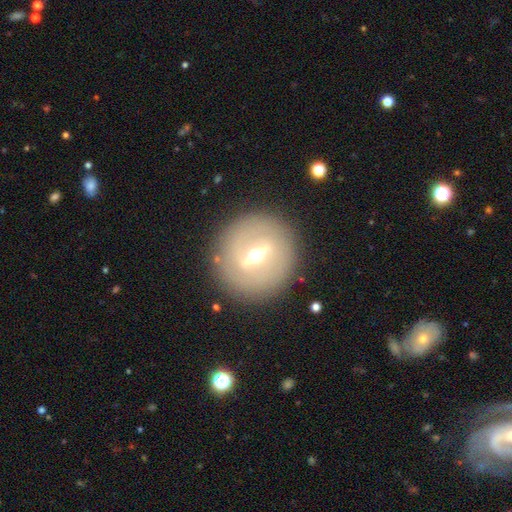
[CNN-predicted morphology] Smooth or featured? Predicted: featured or disk (p=0.72). Edge-on disk? Predicted: no (p=0.64). Merging? Predicted: none (p=0.87).